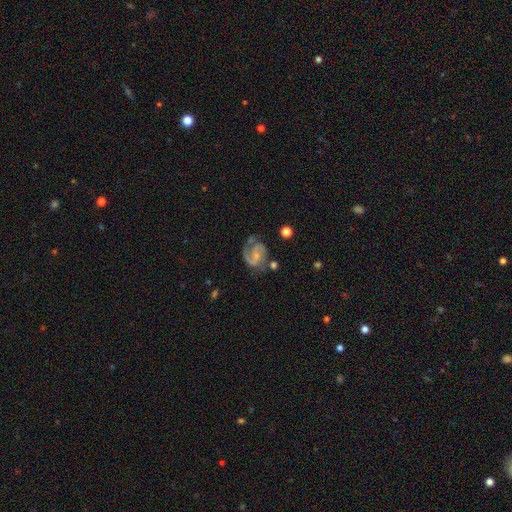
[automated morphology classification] featured or disk 81%, smooth 12%, star or artifact 7%. Down the decision tree: edge-on disk — no (98%); bar — no (53%); spiral arms — yes (94%); spiral arm count — 2 (74%); spiral winding — medium (52%); bulge size — small (61%); merging — none (54%).